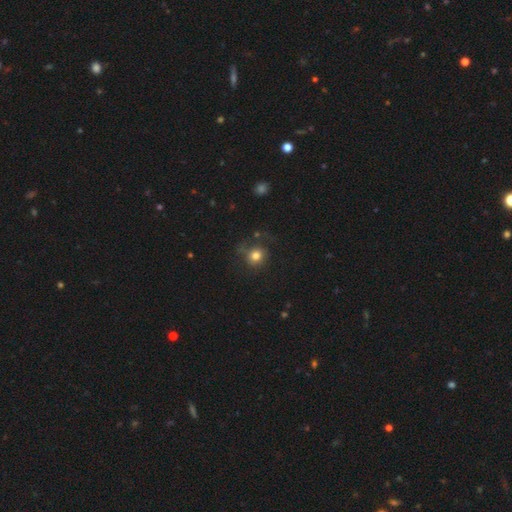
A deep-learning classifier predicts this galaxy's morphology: smooth-or-featured: smooth: 78% | star or artifact: 12% | featured or disk: 10%
  how-rounded: round: 86% | in between: 13% | cigar-shaped: 1%
  merging: none: 66% | minor disturbance: 19% | major disturbance: 12% | merger: 3%